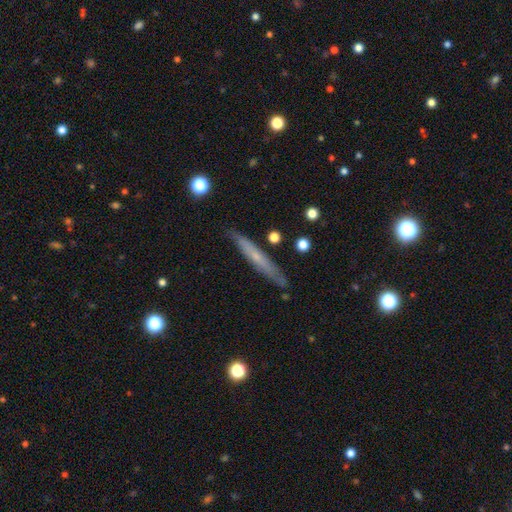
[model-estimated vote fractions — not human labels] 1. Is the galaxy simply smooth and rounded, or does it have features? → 51% featured or disk, 43% smooth, 6% star or artifact.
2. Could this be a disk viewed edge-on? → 91% yes, 9% no.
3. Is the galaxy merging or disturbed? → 85% none, 12% minor disturbance, 2% merger, 2% major disturbance.